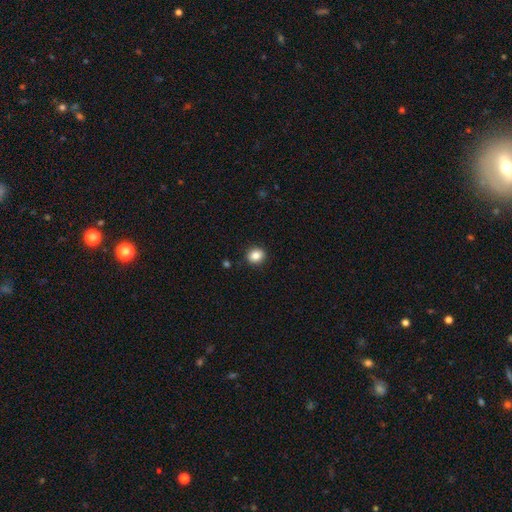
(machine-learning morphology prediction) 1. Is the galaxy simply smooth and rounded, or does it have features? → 86% smooth, 10% star or artifact, 5% featured or disk.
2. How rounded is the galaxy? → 76% round, 23% in between, 1% cigar-shaped.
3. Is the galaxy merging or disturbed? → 91% none, 6% minor disturbance, 2% major disturbance, 1% merger.